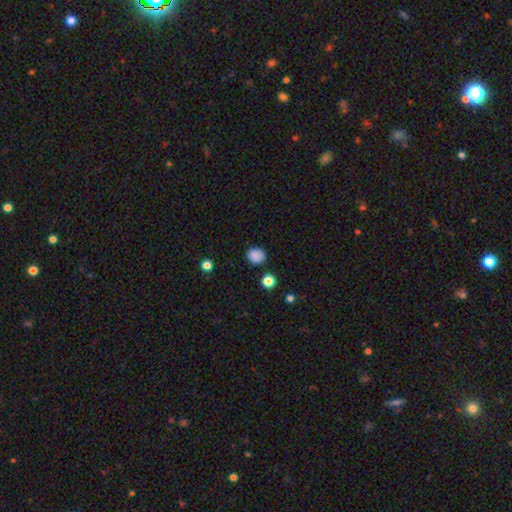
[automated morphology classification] smooth_or_featured: smooth (p=0.86) [alt: star or artifact p=0.11]
how_rounded: round (p=0.78) [alt: in between p=0.21]
merging: none (p=0.86) [alt: minor disturbance p=0.09]